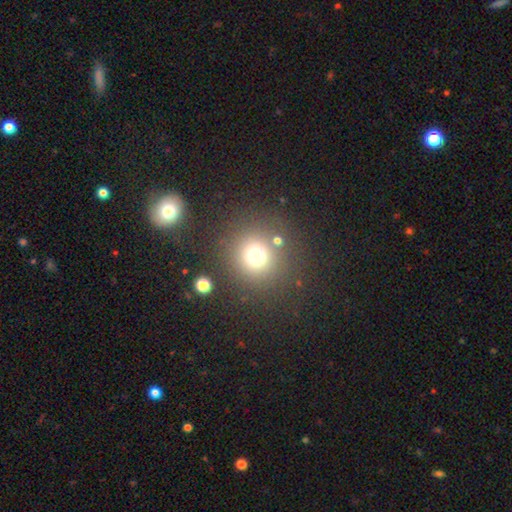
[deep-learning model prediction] Smooth or featured? Predicted: smooth (p=0.72). How rounded? Predicted: round (p=0.93). Merging? Predicted: none (p=0.80).